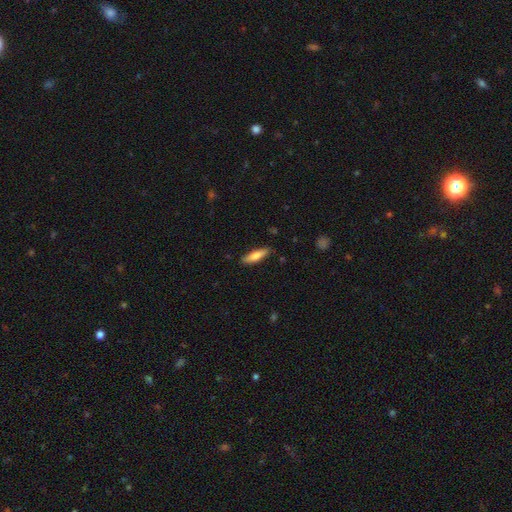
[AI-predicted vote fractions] smooth_or_featured: smooth (p=0.73) [alt: featured or disk p=0.21]
how_rounded: cigar-shaped (p=0.65) [alt: in between p=0.33]
merging: none (p=0.86) [alt: minor disturbance p=0.11]